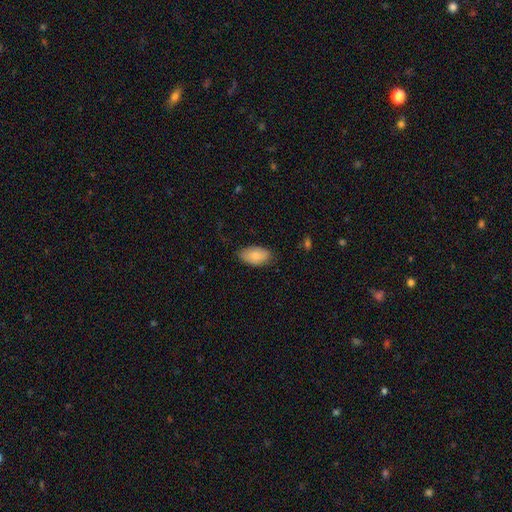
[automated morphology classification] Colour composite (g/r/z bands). It shows a smooth galaxy with no disk features (82%) that is in between round and cigar-shaped (94%). Merging: none (77%).